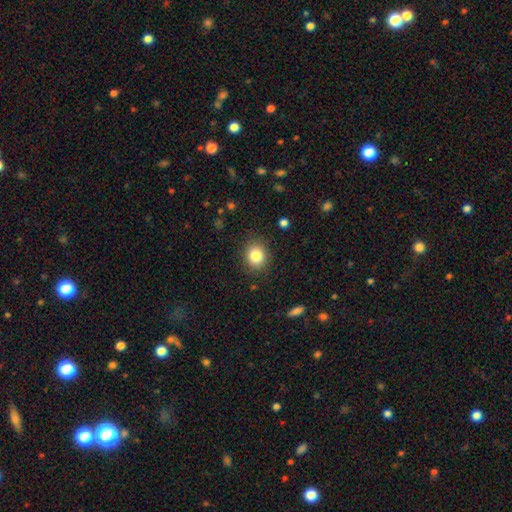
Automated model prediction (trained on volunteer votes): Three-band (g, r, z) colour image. It shows a smooth galaxy with no disk features (83%) that is round (70%). Merging: none (87%).